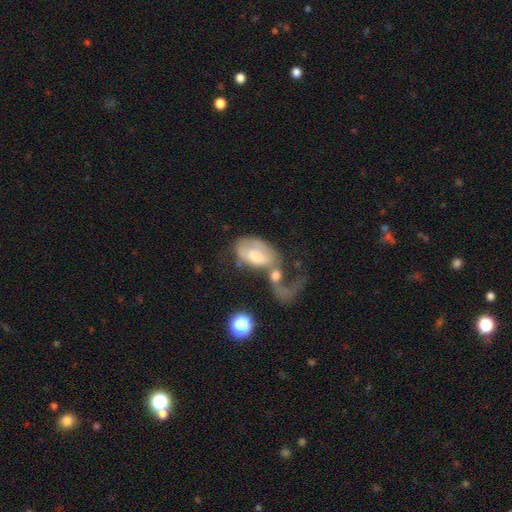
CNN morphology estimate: This appears to be a featured or disk galaxy (47%). Merging: merger (39%).